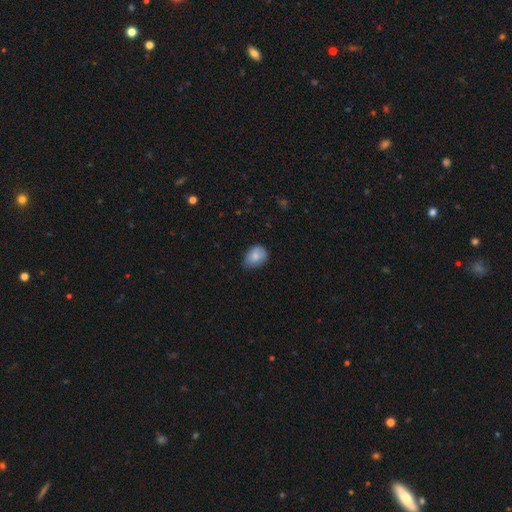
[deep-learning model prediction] Smooth or featured?
  - smooth: 81% *
  - featured or disk: 11%
  - star or artifact: 8%
How rounded?
  - in between: 69% *
  - round: 30%
  - cigar-shaped: 1%
Merging?
  - none: 58% *
  - minor disturbance: 35%
  - major disturbance: 6%
  - merger: 1%